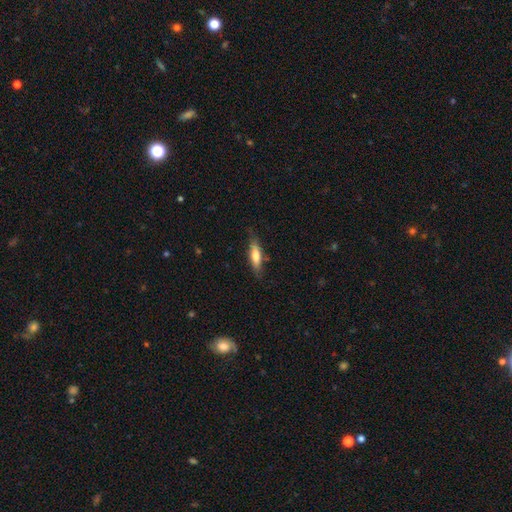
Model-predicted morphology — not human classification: The model was most divided on "how rounded": cigar-shaped: 62%, in between: 36%, round: 2%. More confident: merging — none (77%); smooth or featured — smooth (67%).